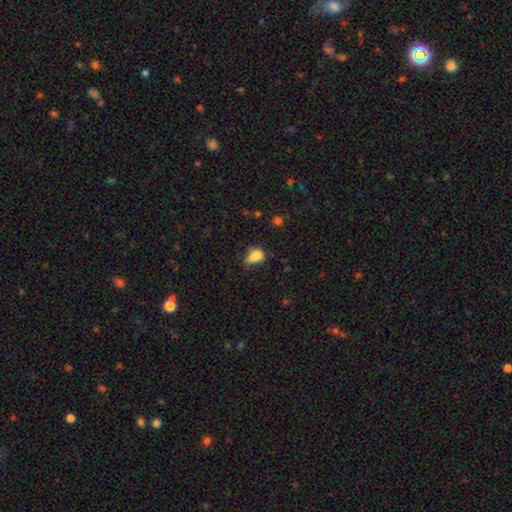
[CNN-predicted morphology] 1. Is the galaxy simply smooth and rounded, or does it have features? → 75% smooth, 12% star or artifact, 12% featured or disk.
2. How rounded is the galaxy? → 68% in between, 28% round, 4% cigar-shaped.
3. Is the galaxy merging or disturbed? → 32% minor disturbance, 31% none, 18% merger, 18% major disturbance.